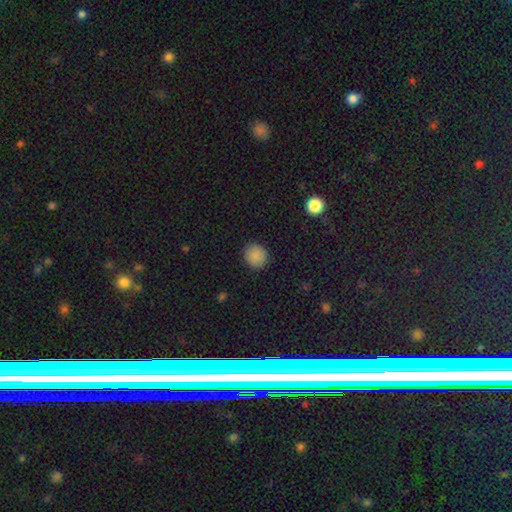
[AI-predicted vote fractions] This is clearly a smooth galaxy (87%). How rounded: clearly round (87%). Merging: clearly none (91%).